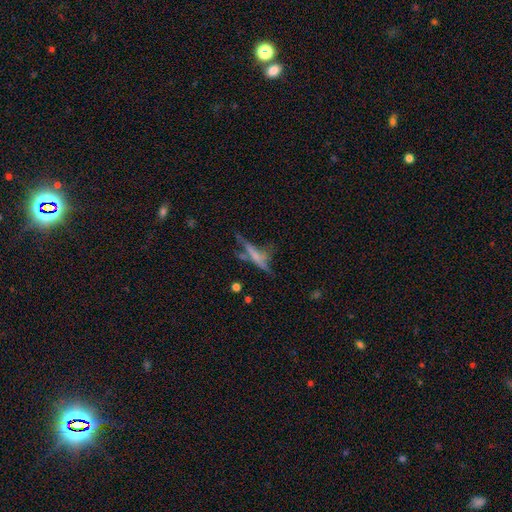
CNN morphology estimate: Smooth or featured? featured or disk (47%)
Merging? none (41%)